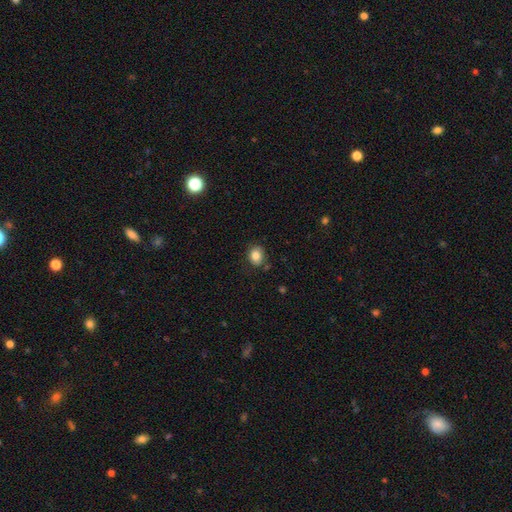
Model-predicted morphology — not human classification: This appears to be a smooth galaxy with no disk features (84%) that is round (61%). Merging: none (79%).